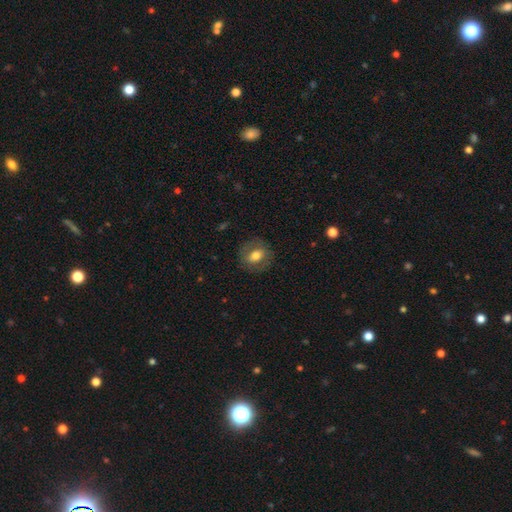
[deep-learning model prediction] Smooth or featured: smooth — 61% (featured or disk — 31%)
How rounded: round — 62% (in between — 37%)
Merging: none — 82% (minor disturbance — 11%)